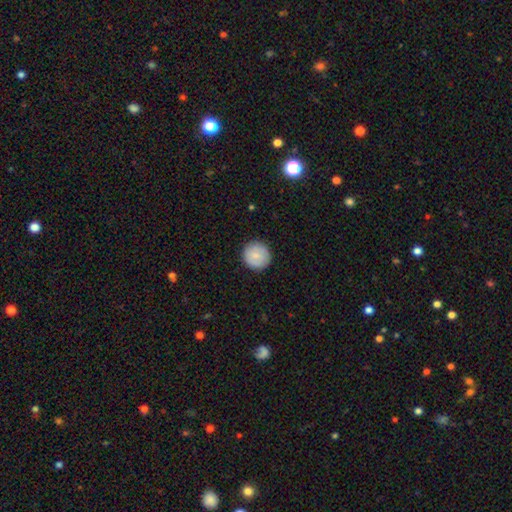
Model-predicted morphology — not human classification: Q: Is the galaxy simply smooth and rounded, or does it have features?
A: smooth — 81%.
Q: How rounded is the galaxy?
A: round — 95%.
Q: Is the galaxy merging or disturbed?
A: none — 91%.